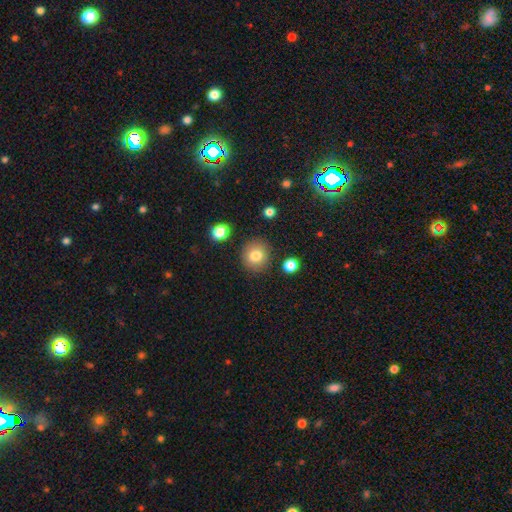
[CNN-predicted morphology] smooth 80%, star or artifact 10%, featured or disk 9%. Down the decision tree: how rounded — round (88%); merging — none (87%).